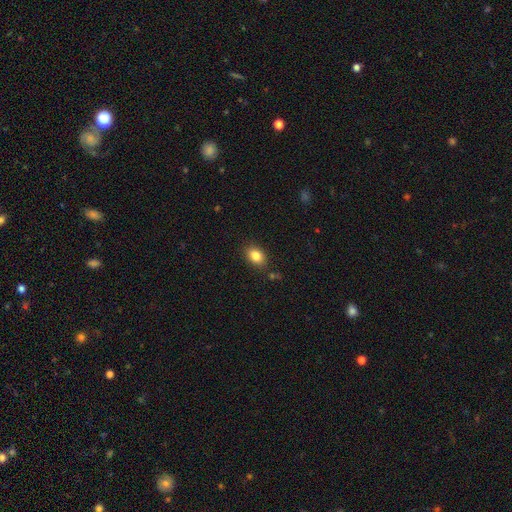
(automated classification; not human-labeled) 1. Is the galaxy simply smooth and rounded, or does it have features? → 85% smooth, 9% star or artifact, 6% featured or disk.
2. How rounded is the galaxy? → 73% in between, 26% round, 1% cigar-shaped.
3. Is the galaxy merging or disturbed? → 85% none, 10% minor disturbance, 3% major disturbance, 2% merger.